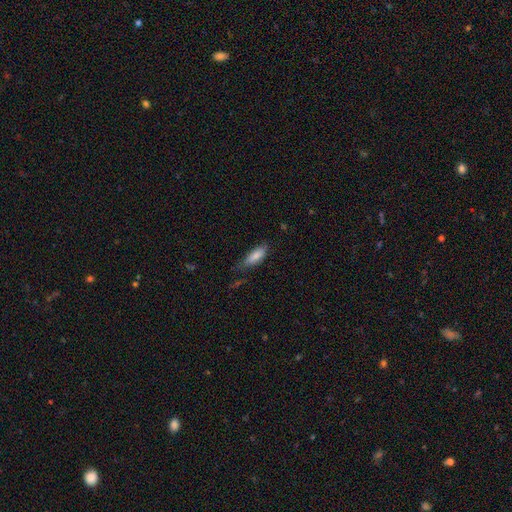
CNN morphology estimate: smooth_or_featured: smooth (p=0.82) [alt: featured or disk p=0.11]
how_rounded: in between (p=0.71) [alt: cigar-shaped p=0.27]
merging: none (p=0.57) [alt: minor disturbance p=0.31]